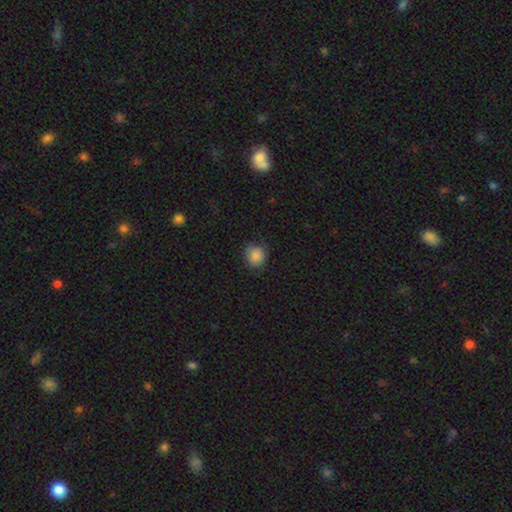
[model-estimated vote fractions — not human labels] Smooth or featured: smooth — 86% (star or artifact — 9%)
How rounded: round — 85% (in between — 14%)
Merging: none — 80% (minor disturbance — 15%)